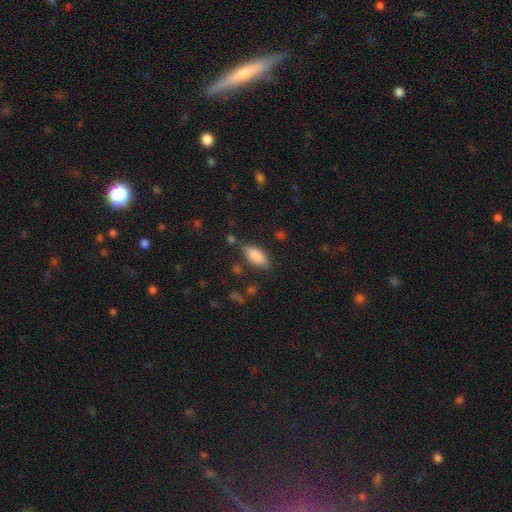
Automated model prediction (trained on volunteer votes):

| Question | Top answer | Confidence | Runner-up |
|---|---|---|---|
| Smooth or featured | smooth | 84% | featured or disk (9%) |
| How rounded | in between | 83% | cigar-shaped (15%) |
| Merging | none | 76% | minor disturbance (16%) |